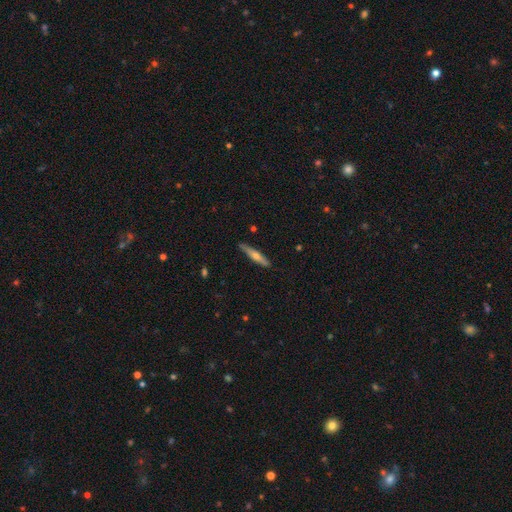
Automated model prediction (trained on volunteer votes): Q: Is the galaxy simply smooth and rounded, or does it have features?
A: featured or disk — 51%.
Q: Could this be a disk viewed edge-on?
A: yes — 95%.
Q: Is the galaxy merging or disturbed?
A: none — 88%.